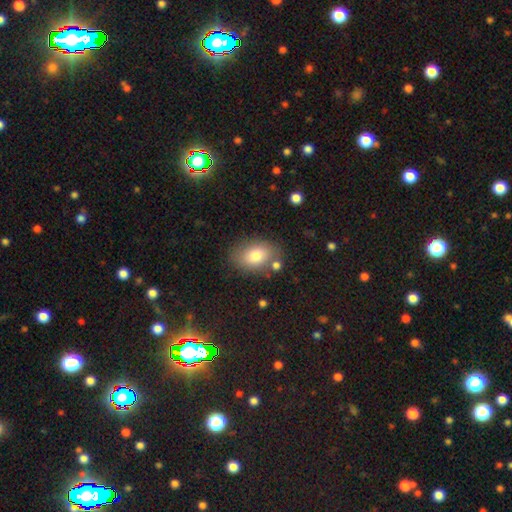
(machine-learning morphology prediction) Smooth or featured? Predicted: smooth (p=0.79). How rounded? Predicted: in between (p=0.82). Merging? Predicted: none (p=0.73).